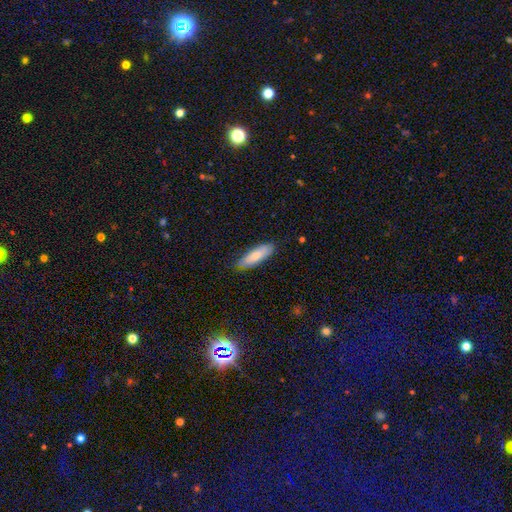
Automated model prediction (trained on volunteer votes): A smooth galaxy with no disk features (79%) that is in between round and cigar-shaped (53%). Merging: none (81%).